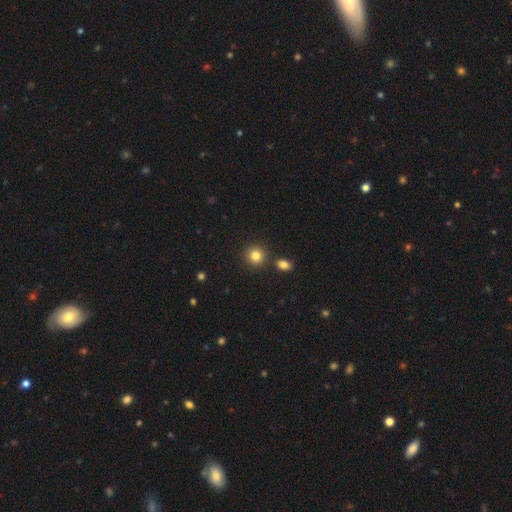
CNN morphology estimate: smooth_or_featured: smooth (p=0.84) [alt: star or artifact p=0.11]
how_rounded: round (p=0.90) [alt: in between p=0.09]
merging: none (p=0.84) [alt: merger p=0.07]